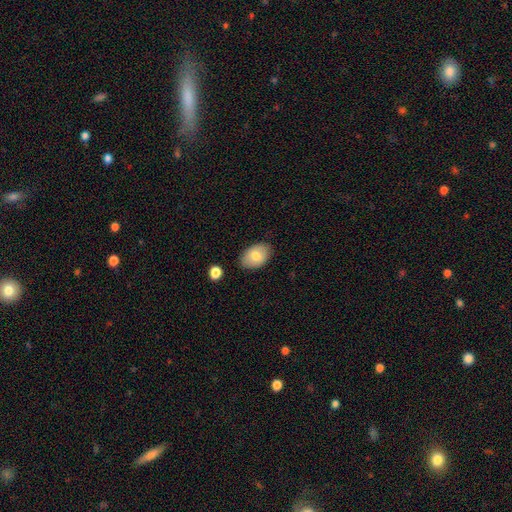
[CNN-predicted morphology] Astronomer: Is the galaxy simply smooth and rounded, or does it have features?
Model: smooth — 78%.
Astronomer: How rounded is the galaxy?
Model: in between — 89%.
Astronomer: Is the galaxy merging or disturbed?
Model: none — 83%.